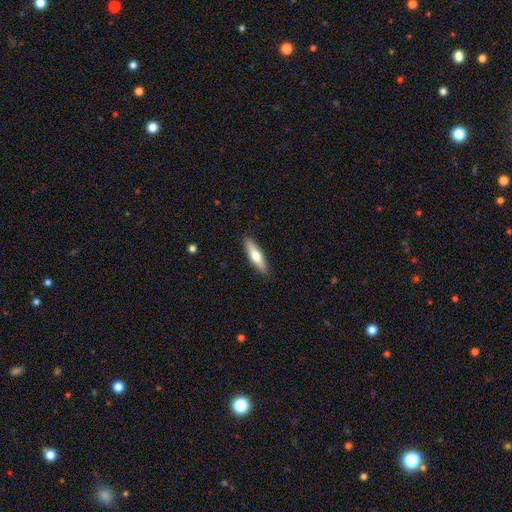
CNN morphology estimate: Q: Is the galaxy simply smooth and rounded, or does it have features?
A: smooth — 64%.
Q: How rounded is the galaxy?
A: cigar-shaped — 69%.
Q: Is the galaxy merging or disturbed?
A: none — 90%.